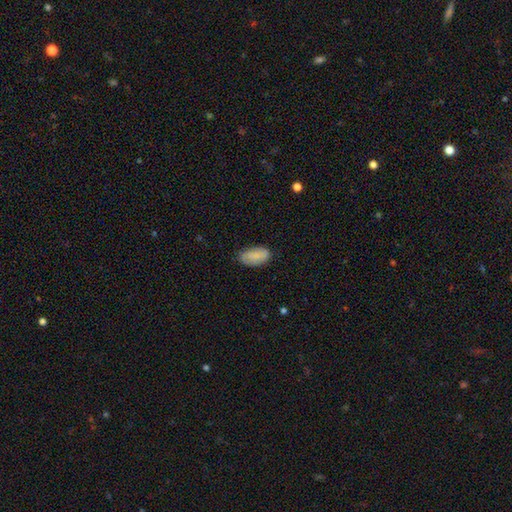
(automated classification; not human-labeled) smooth_or_featured: smooth (p=0.81) [alt: featured or disk p=0.12]
how_rounded: in between (p=0.94) [alt: cigar-shaped p=0.03]
merging: none (p=0.75) [alt: minor disturbance p=0.20]